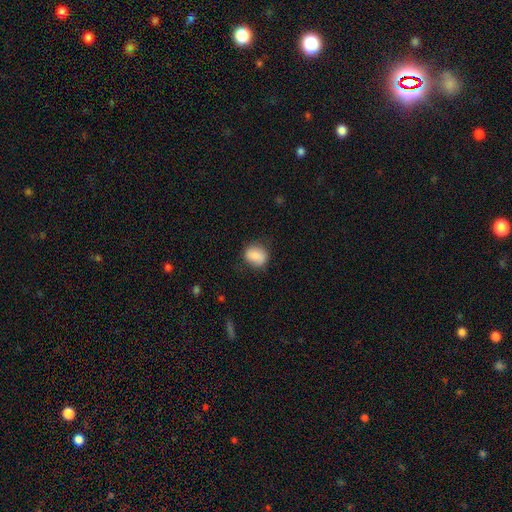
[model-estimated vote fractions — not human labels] The model was most divided on "how rounded": round: 50%, in between: 48%, cigar-shaped: 1%. More confident: smooth or featured — smooth (83%); merging — none (75%).